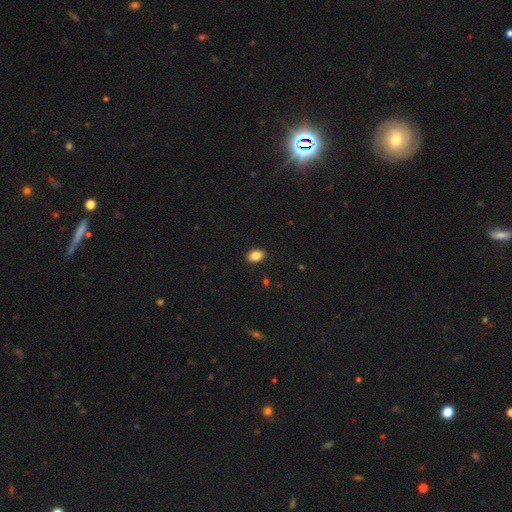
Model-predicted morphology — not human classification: Smooth or featured? Predicted: smooth (p=0.86). How rounded? Predicted: in between (p=0.82). Merging? Predicted: none (p=0.90).